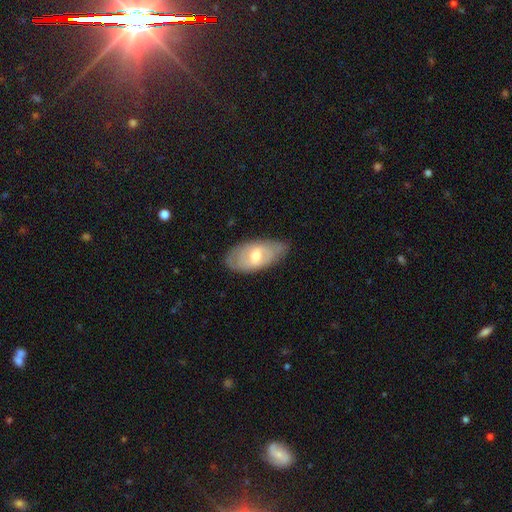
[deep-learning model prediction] Morphology: type=featured or disk (50%); merging=none (70%).